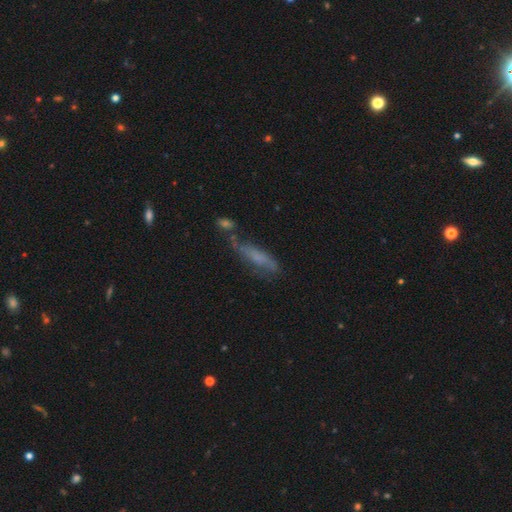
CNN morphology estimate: Smooth or featured?
  - smooth: 50% *
  - featured or disk: 36%
  - star or artifact: 14%
Merging?
  - none: 41% *
  - merger: 24%
  - minor disturbance: 21%
  - major disturbance: 14%